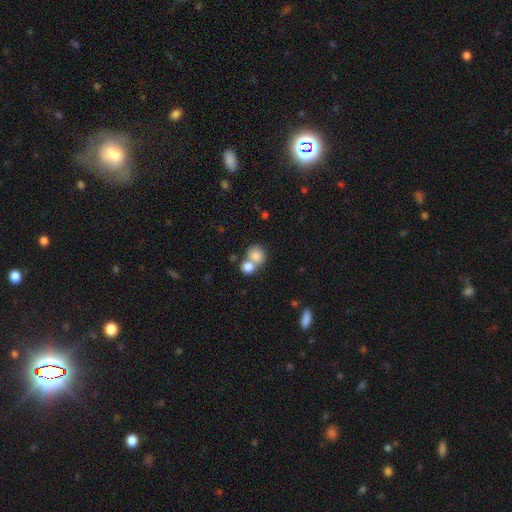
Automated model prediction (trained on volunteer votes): The model was most divided on "merging": merger: 56%, none: 33%, minor disturbance: 7%, major disturbance: 4%. More confident: smooth or featured — smooth (81%); how rounded — round (69%).